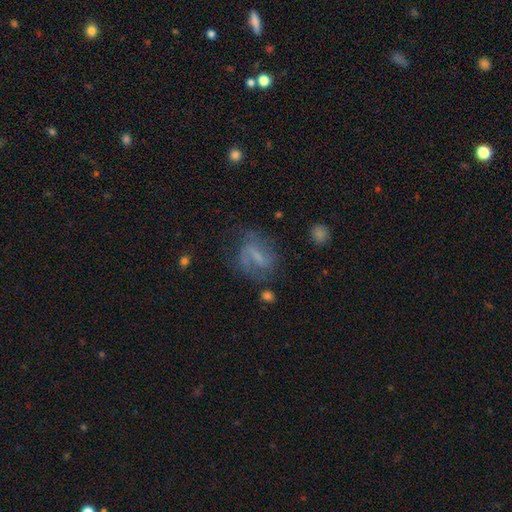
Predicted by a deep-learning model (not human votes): Smooth or featured: featured or disk — 61% (smooth — 27%)
Edge-on disk: no — 95% (yes — 5%)
Bar: strong — 41% (tied with weak — 41%)
Spiral arms: yes — 76% (no — 24%)
Bulge size: none — 45% (small — 34%)
Merging: none — 57% (minor disturbance — 22%)